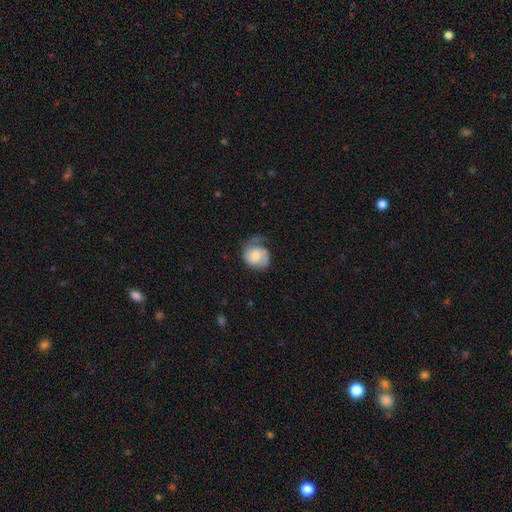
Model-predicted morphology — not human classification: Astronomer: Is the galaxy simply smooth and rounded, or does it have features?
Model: featured or disk — 54% (runner-up: smooth, 39%).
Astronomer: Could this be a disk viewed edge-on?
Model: no — 98%.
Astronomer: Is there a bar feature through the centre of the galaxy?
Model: no — 70%.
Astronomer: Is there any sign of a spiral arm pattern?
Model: yes — 88%.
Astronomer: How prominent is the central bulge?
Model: moderate — 43% (runner-up: small, 28%).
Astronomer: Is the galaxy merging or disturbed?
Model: none — 46% (runner-up: minor disturbance, 30%).